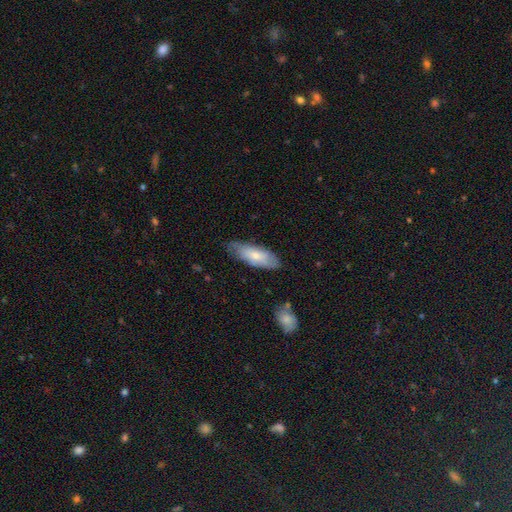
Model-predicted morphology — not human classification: Overall: smooth (67%; featured or disk 27%). How rounded: in between (69%). Merging: none (71%).